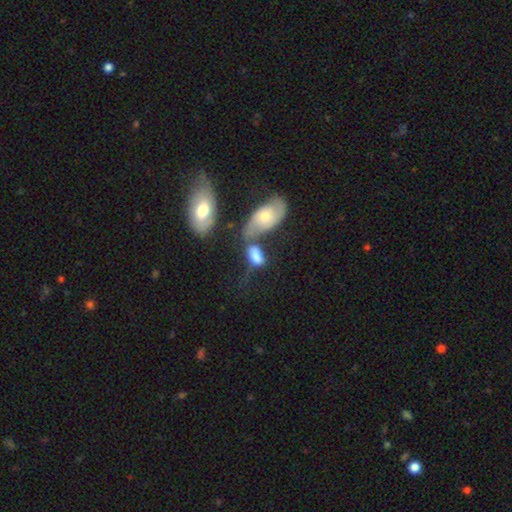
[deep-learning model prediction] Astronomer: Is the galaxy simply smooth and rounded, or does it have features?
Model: smooth — 63%.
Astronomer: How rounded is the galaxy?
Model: in between — 88%.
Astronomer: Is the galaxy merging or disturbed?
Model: merger — 45% (runner-up: none, 23%).